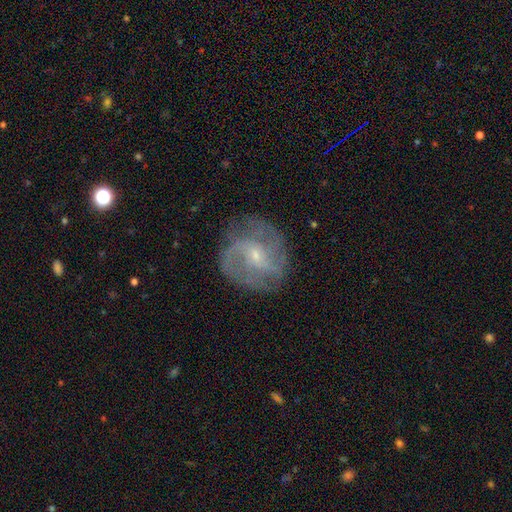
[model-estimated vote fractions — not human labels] Smooth or featured?
  - featured or disk: 81% *
  - smooth: 12%
  - star or artifact: 7%
Edge-on disk?
  - no: 97% *
  - yes: 3%
Bar?
  - weak: 47% *
  - no: 41%
  - strong: 12%
Spiral arms?
  - yes: 92% *
  - no: 8%
Spiral winding?
  - medium: 47% *
  - loose: 27%
  - tight: 26%
Spiral arm count?
  - 2: 45% *
  - can't tell: 22%
  - 3: 17%
  - 4: 6%
  - 1: 5%
  - more than 4: 4%
Bulge size?
  - small: 72% *
  - moderate: 23%
  - none: 3%
  - large: 1%
  - dominant: 1%
Merging?
  - none: 73% *
  - minor disturbance: 17%
  - major disturbance: 9%
  - merger: 1%